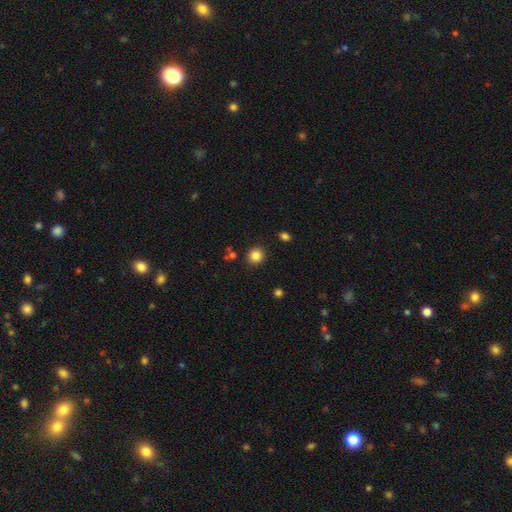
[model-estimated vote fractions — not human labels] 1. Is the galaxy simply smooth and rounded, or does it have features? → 85% smooth, 11% star or artifact, 4% featured or disk.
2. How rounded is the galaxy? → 89% round, 10% in between, 1% cigar-shaped.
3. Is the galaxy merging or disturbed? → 88% none, 7% minor disturbance, 3% merger, 3% major disturbance.